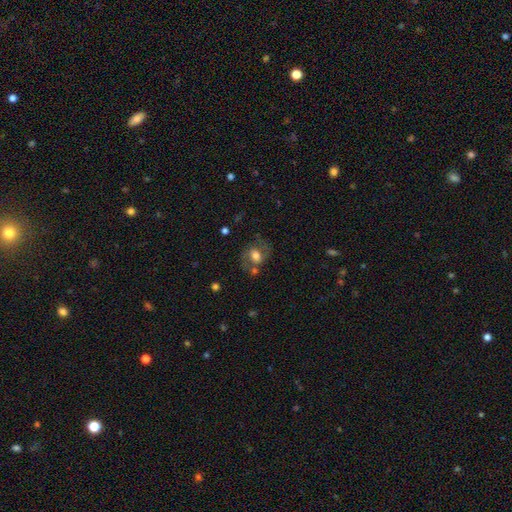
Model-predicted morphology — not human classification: Smooth or featured? featured or disk (47%)
Merging? none (62%)